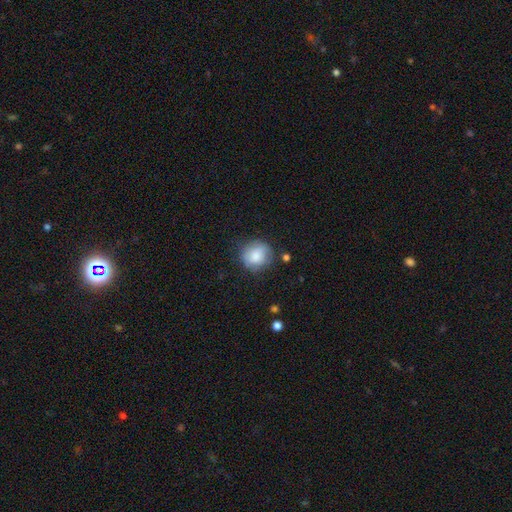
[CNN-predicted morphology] type=smooth (81%); roundness=round (85%); merging=none (71%).